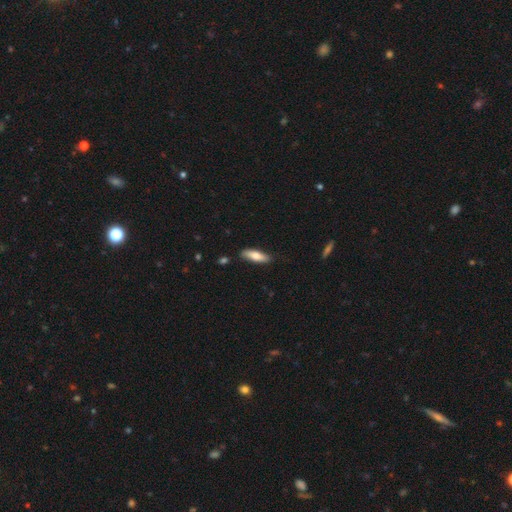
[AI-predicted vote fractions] Q: Smooth or featured?
A: smooth (72%); runner-up: featured or disk (22%)
Q: How rounded?
A: cigar-shaped (50%); runner-up: in between (48%)
Q: Merging?
A: none (83%); runner-up: minor disturbance (14%)